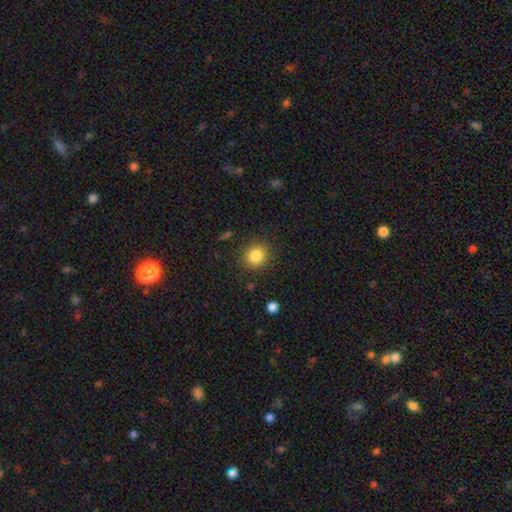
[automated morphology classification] type=smooth (84%); roundness=round (91%); merging=none (88%).